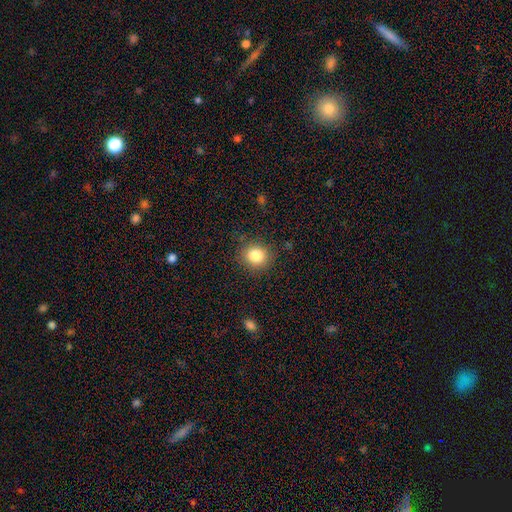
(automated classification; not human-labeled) Q: Smooth or featured?
A: smooth (83%); runner-up: star or artifact (11%)
Q: How rounded?
A: round (82%); runner-up: in between (17%)
Q: Merging?
A: none (87%); runner-up: minor disturbance (9%)